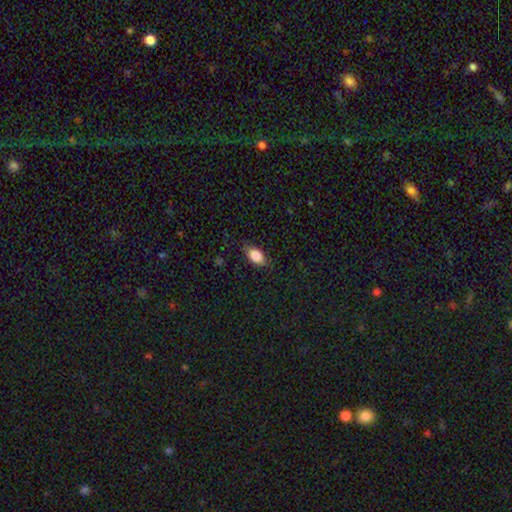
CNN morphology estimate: The model was most divided on "merging": none: 80%, minor disturbance: 15%, major disturbance: 4%, merger: 1%. More confident: how rounded — in between (88%); smooth or featured — smooth (85%).